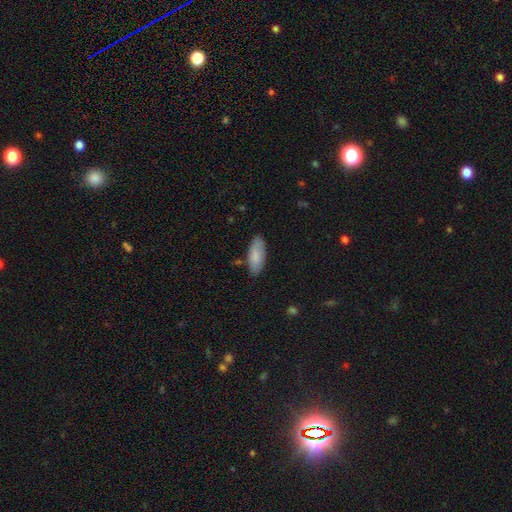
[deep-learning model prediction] A smooth galaxy with no disk features (81%) that is in between round and cigar-shaped (85%).

Vote fractions:
- Smooth or featured? smooth: 81% / featured or disk: 13% / star or artifact: 6%
- How rounded? in between: 85% / cigar-shaped: 13% / round: 2%
- Merging? none: 80% / minor disturbance: 15% / major disturbance: 3% / merger: 2%